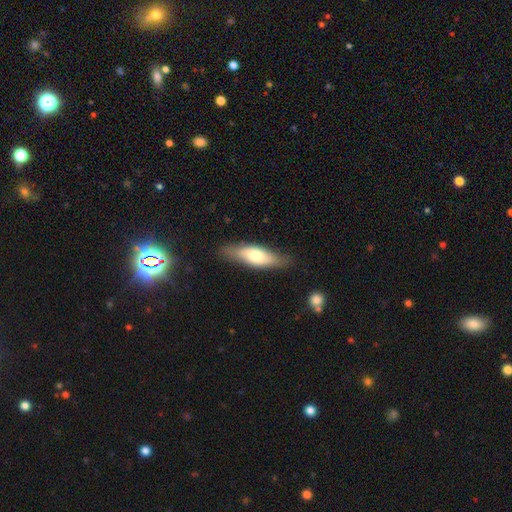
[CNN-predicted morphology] Q: Smooth or featured?
A: smooth (61%); runner-up: featured or disk (33%)
Q: How rounded?
A: in between (53%); runner-up: cigar-shaped (45%)
Q: Merging?
A: none (79%); runner-up: minor disturbance (16%)